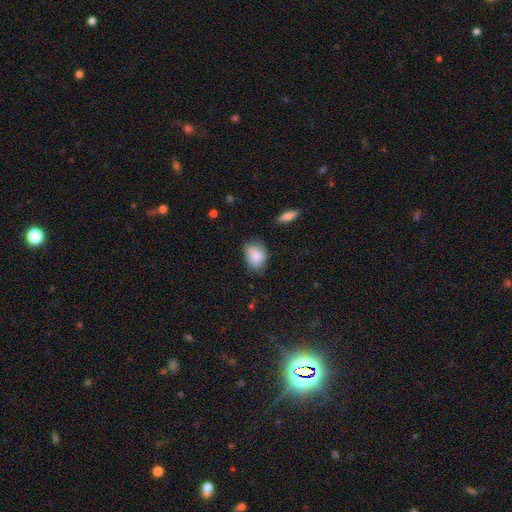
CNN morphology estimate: This is clearly a smooth galaxy (84%). How rounded: likely in between (74%). Merging: likely none (60%).